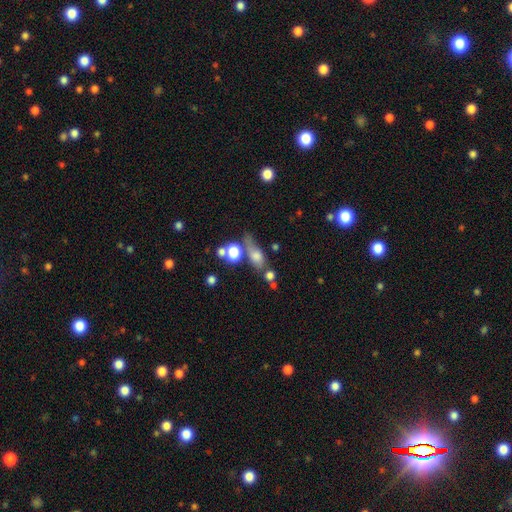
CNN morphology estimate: The model was most divided on "merging": none: 40%, merger: 23%, minor disturbance: 20%, major disturbance: 16%. More confident: smooth or featured — smooth (63%); how rounded — in between (55%).